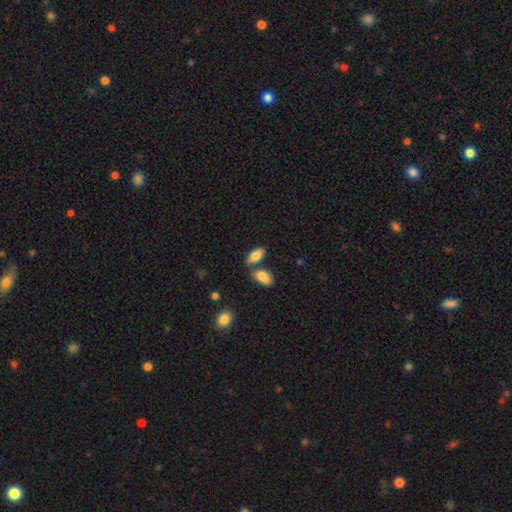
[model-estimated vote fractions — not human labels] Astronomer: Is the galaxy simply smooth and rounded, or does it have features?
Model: smooth — 84%.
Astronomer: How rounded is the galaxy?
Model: in between — 91%.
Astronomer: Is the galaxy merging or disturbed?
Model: none — 60%.